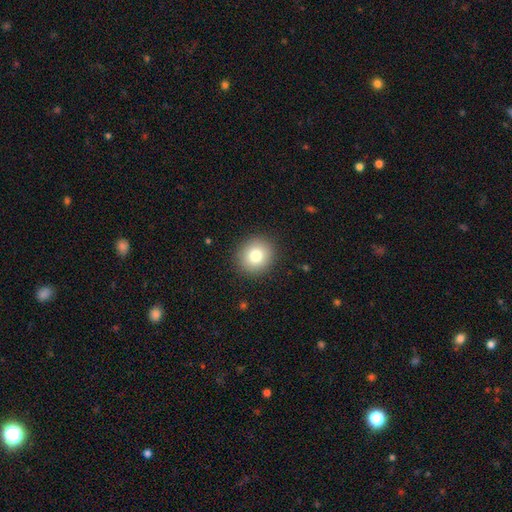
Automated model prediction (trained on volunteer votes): Smooth or featured?
  - smooth: 80% *
  - star or artifact: 10%
  - featured or disk: 10%
How rounded?
  - round: 89% *
  - in between: 10%
  - cigar-shaped: 1%
Merging?
  - none: 91% *
  - minor disturbance: 6%
  - major disturbance: 2%
  - merger: 1%